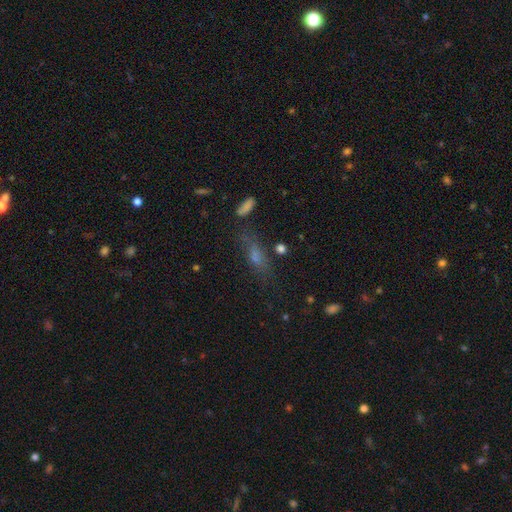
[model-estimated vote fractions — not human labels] Smooth or featured: smooth — 49% (featured or disk — 27%)
Merging: none — 64% (minor disturbance — 18%)